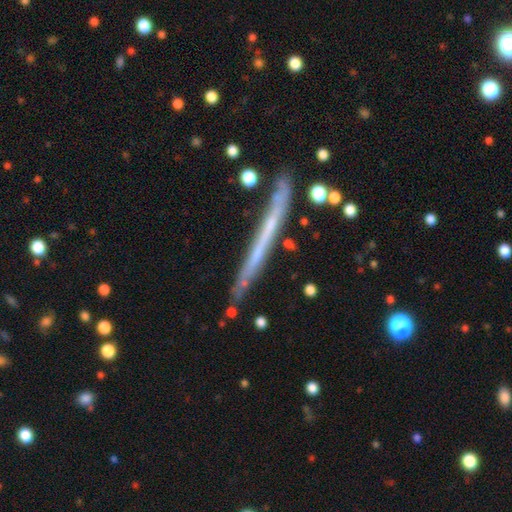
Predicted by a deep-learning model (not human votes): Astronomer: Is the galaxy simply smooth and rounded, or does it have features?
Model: featured or disk — 54% (runner-up: smooth, 38%).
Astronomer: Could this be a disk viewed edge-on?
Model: yes — 94%.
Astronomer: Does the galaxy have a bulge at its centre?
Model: none — 85%.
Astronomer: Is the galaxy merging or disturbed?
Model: none — 75%.